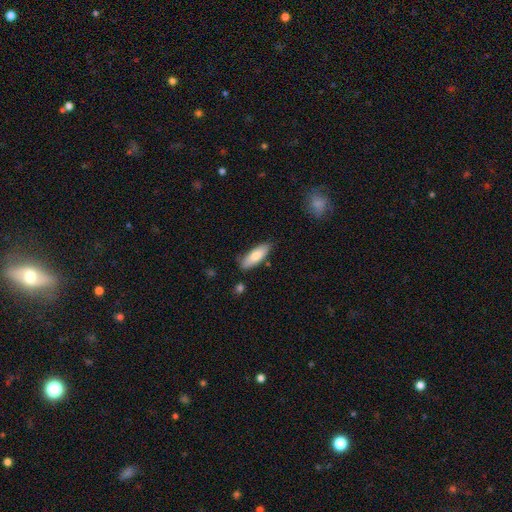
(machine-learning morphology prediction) smooth-or-featured: smooth: 78% | featured or disk: 17% | star or artifact: 6%
  how-rounded: in between: 65% | cigar-shaped: 33% | round: 2%
  merging: none: 79% | minor disturbance: 15% | merger: 3% | major disturbance: 3%